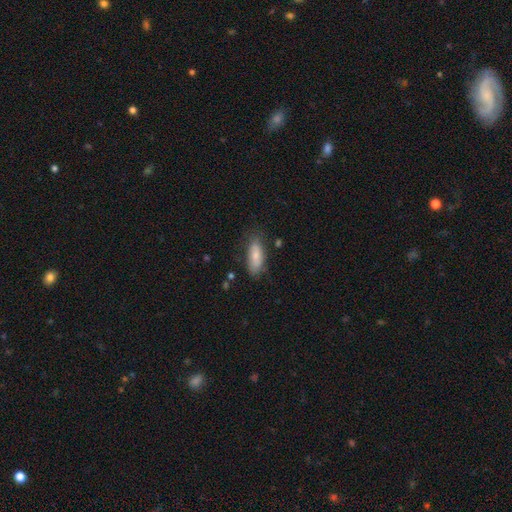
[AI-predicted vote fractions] smooth 78%, featured or disk 15%, star or artifact 7%. Down the decision tree: how rounded — in between (78%); merging — none (66%).